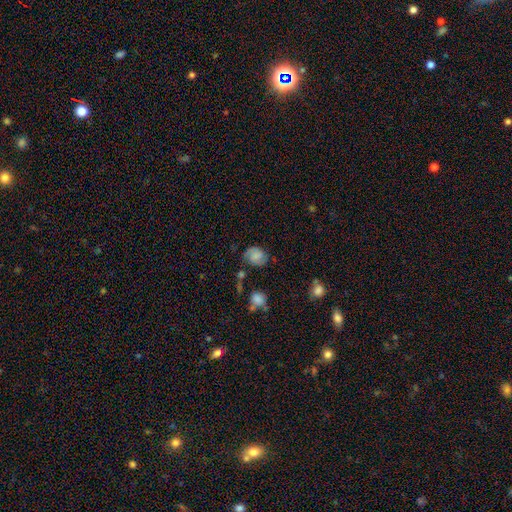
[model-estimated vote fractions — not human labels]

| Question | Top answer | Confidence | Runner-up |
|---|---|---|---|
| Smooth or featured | smooth | 50% | featured or disk (40%) |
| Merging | none | 68% | minor disturbance (21%) |